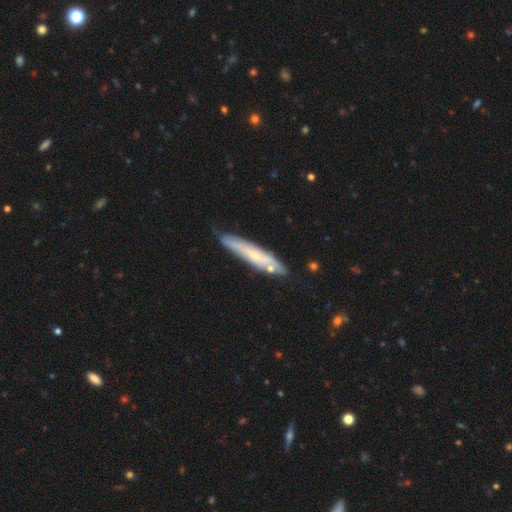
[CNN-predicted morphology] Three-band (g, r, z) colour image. It shows a featured or disk galaxy (49%). Merging: none (75%).